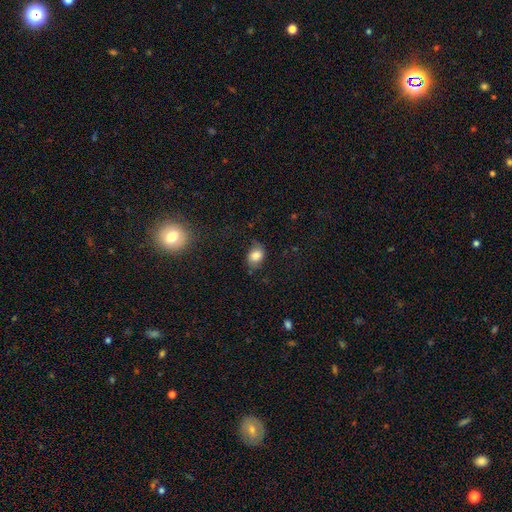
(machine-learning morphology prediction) Smooth or featured?
  - smooth: 75% *
  - featured or disk: 15%
  - star or artifact: 10%
How rounded?
  - in between: 65% *
  - round: 34%
  - cigar-shaped: 1%
Merging?
  - none: 67% *
  - minor disturbance: 24%
  - major disturbance: 8%
  - merger: 2%